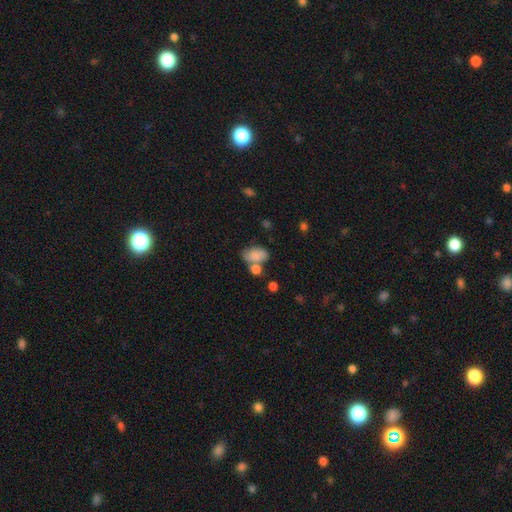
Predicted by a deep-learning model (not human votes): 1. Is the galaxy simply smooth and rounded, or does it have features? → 77% smooth, 14% featured or disk, 9% star or artifact.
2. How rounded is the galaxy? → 85% in between, 14% round, 1% cigar-shaped.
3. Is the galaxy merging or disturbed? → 40% none, 30% merger, 21% minor disturbance, 10% major disturbance.